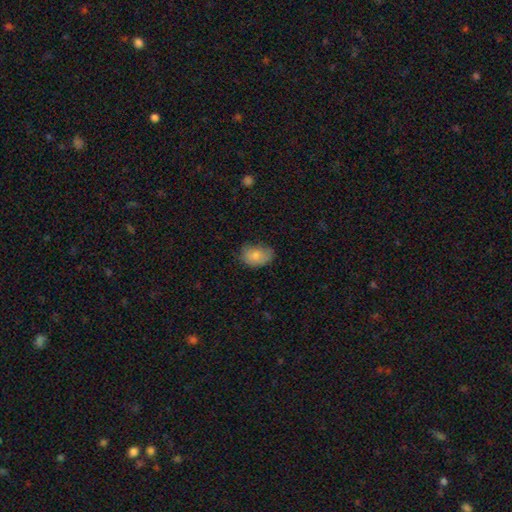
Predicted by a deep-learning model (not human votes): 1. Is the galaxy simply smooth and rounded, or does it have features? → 80% smooth, 12% featured or disk, 8% star or artifact.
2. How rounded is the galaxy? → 82% in between, 17% round, 1% cigar-shaped.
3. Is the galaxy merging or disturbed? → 57% none, 32% minor disturbance, 9% major disturbance, 2% merger.